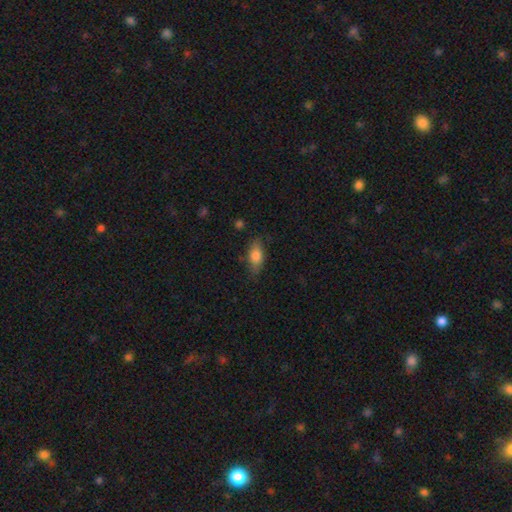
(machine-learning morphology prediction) Smooth or featured? smooth (77%)
How rounded? in between (81%)
Merging? none (75%)